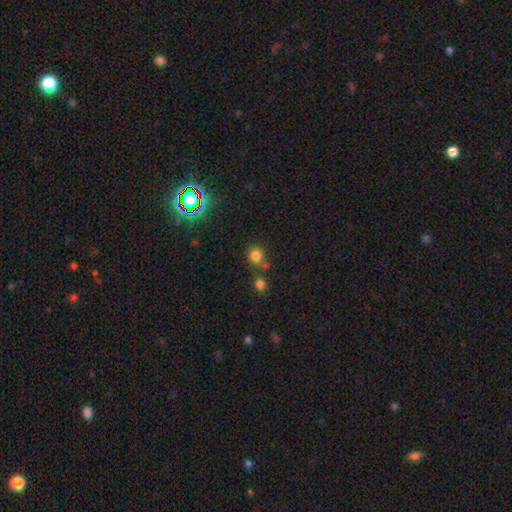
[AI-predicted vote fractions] smooth_or_featured: smooth (p=0.78) [alt: star or artifact p=0.16]
how_rounded: round (p=0.88) [alt: in between p=0.11]
merging: none (p=0.65) [alt: merger p=0.21]